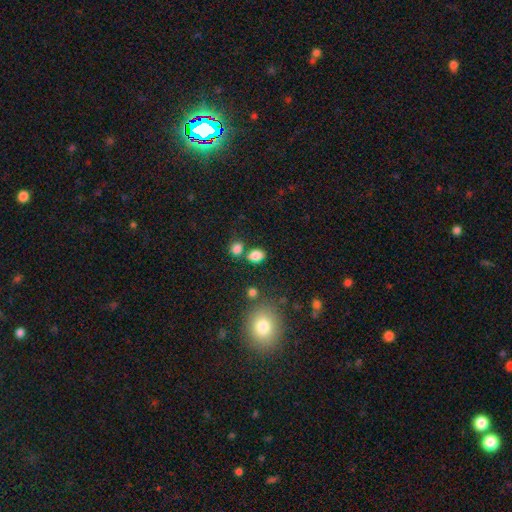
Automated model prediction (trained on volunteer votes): Smooth or featured? Predicted: smooth (p=0.83). How rounded? Predicted: in between (p=0.72). Merging? Predicted: none (p=0.66).